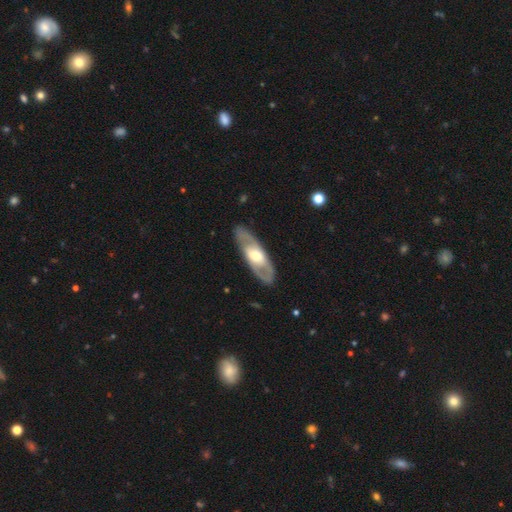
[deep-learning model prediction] Q: Smooth or featured?
A: featured or disk (68%); runner-up: smooth (28%)
Q: Edge-on disk?
A: no (76%); runner-up: yes (24%)
Q: Bar?
A: no (54%); runner-up: weak (31%)
Q: Spiral arms?
A: yes (50%); tied with: no (50%)
Q: Bulge size?
A: moderate (63%); runner-up: large (21%)
Q: Merging?
A: none (86%); runner-up: minor disturbance (10%)